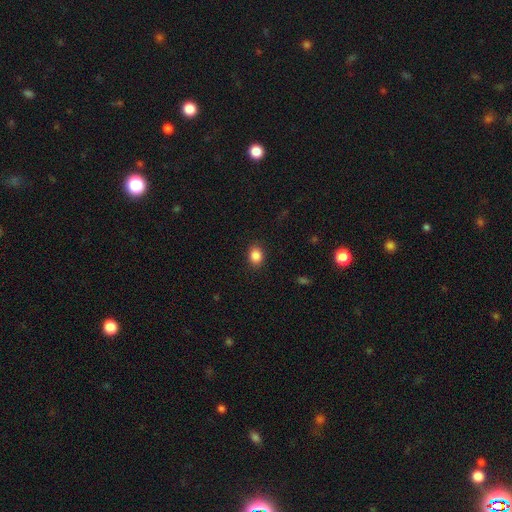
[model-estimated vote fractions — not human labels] smooth-or-featured: smooth: 87% | star or artifact: 9% | featured or disk: 4%
  how-rounded: in between: 53% | round: 46% | cigar-shaped: 1%
  merging: none: 89% | minor disturbance: 8% | major disturbance: 3% | merger: 1%